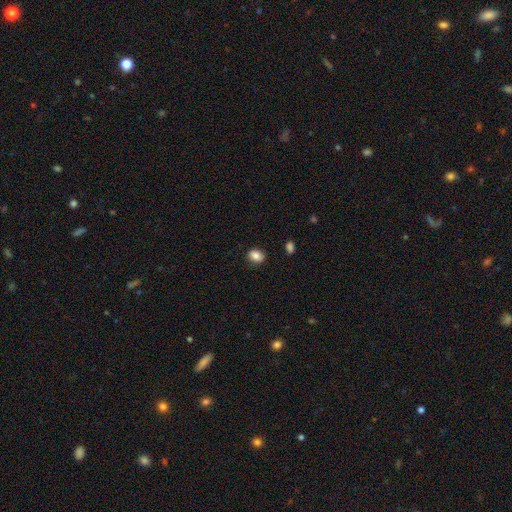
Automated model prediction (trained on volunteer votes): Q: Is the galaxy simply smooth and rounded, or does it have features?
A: smooth — 85%.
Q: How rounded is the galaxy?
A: in between — 55%.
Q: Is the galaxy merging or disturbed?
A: none — 87%.